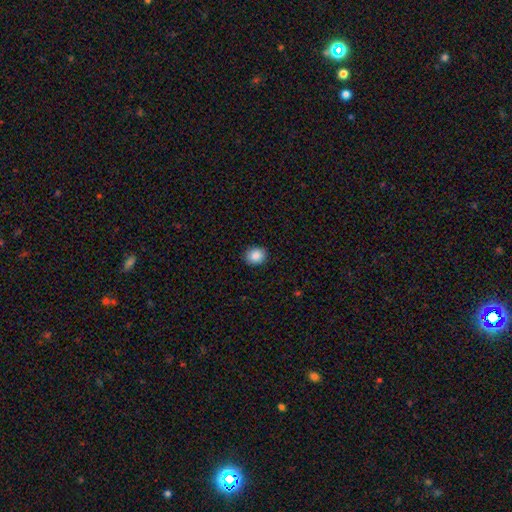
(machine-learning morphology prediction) A smooth galaxy with no disk features (88%) that is round (65%).

Vote fractions:
- Smooth or featured? smooth: 88% / star or artifact: 8% / featured or disk: 4%
- How rounded? round: 65% / in between: 34% / cigar-shaped: 1%
- Merging? none: 89% / minor disturbance: 8% / major disturbance: 2% / merger: 1%